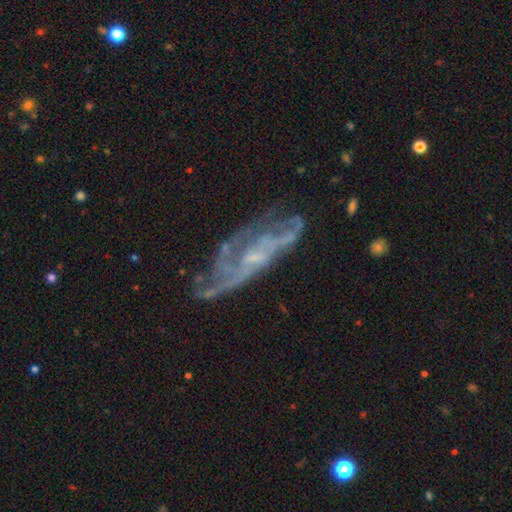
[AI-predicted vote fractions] Smooth or featured: featured or disk — 80% (smooth — 11%)
Edge-on disk: no — 83% (yes — 17%)
Bar: no — 62% (weak — 30%)
Spiral arms: yes — 85% (no — 15%)
Spiral winding: medium — 42% (tight — 36%)
Spiral arm count: can't tell — 41% (2 — 23%)
Bulge size: small — 60% (moderate — 20%)
Merging: none — 60% (minor disturbance — 22%)